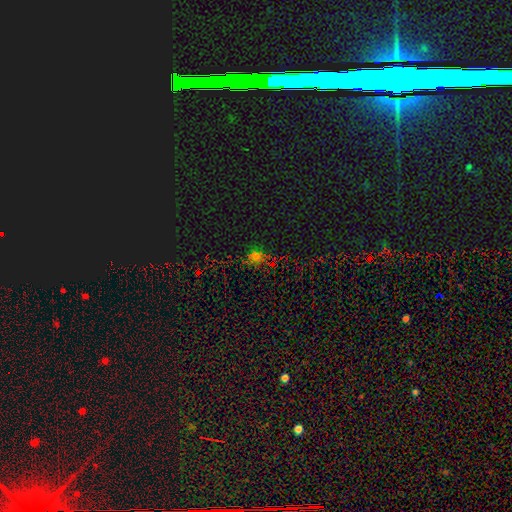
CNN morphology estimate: This is possibly a star or artifact rather than a galaxy (53%).